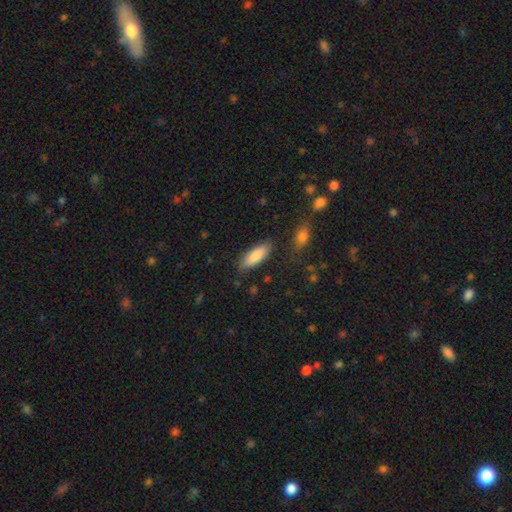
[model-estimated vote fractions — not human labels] Smooth or featured? smooth (83%)
How rounded? in between (63%)
Merging? none (82%)